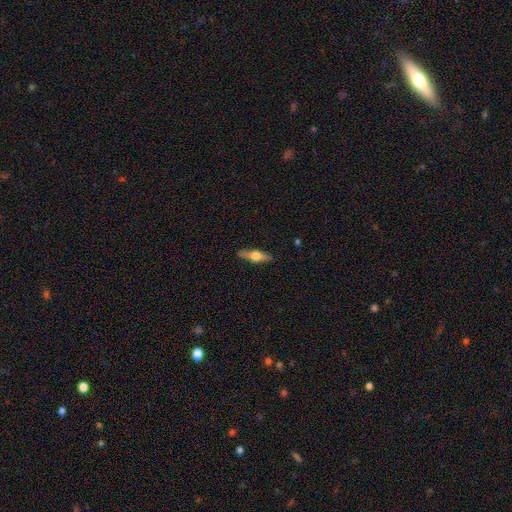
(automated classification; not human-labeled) Smooth or featured? Predicted: featured or disk (p=0.53). Edge-on disk? Predicted: yes (p=0.93). Merging? Predicted: none (p=0.88).